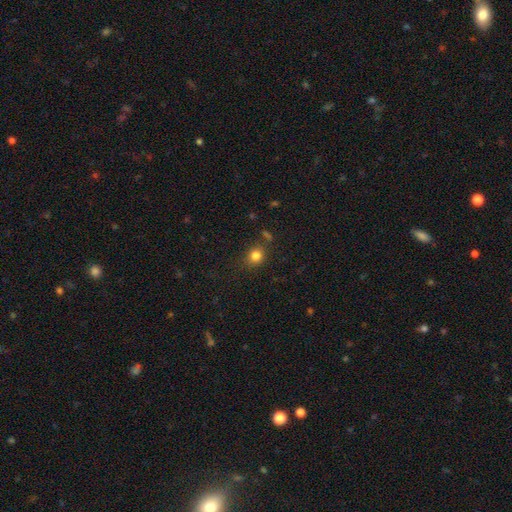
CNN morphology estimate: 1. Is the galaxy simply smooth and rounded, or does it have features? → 81% smooth, 13% star or artifact, 6% featured or disk.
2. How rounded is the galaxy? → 77% round, 22% in between, 1% cigar-shaped.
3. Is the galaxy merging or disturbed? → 78% none, 13% minor disturbance, 5% merger, 4% major disturbance.